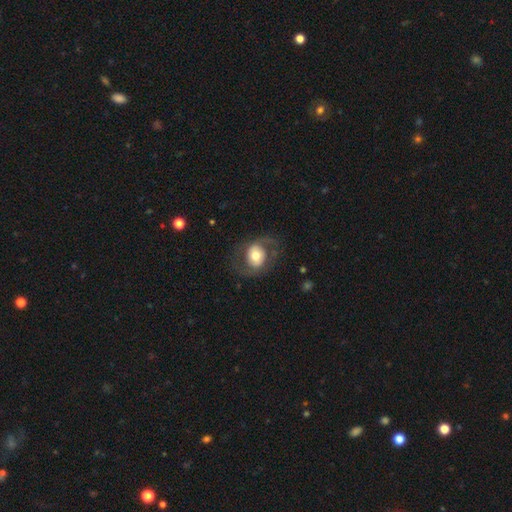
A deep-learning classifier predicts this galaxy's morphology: featured or disk 60%, smooth 34%, star or artifact 7%. Down the decision tree: edge-on disk — no (96%); bar — no (61%); spiral arms — yes (75%); bulge size — moderate (59%); merging — none (68%).